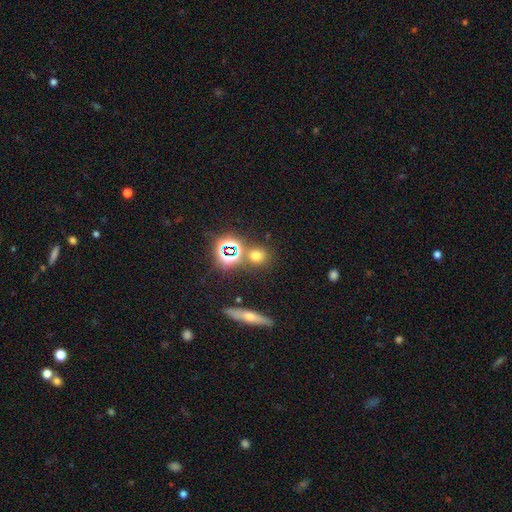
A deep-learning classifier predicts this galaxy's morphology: This is likely a smooth galaxy (61%). How rounded: likely round (79%). Merging: likely none (77%).